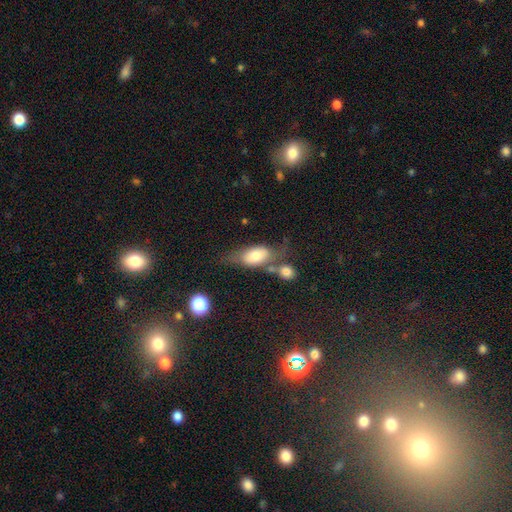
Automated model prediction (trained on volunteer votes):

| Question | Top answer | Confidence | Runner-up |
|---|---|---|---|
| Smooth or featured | smooth | 62% | featured or disk (29%) |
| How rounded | in between | 82% | cigar-shaped (11%) |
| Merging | none | 42% | minor disturbance (24%) |